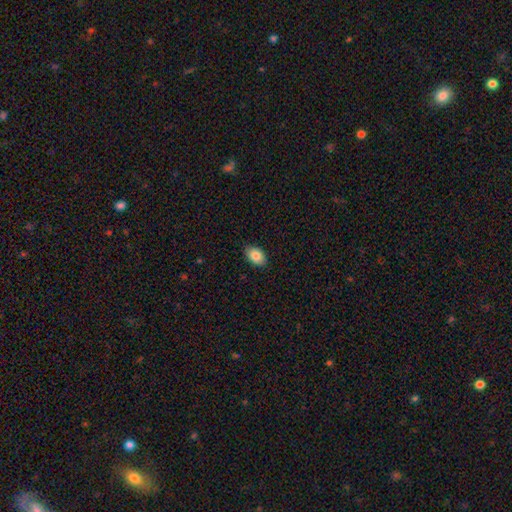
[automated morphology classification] Q: Smooth or featured?
A: smooth (85%); runner-up: featured or disk (8%)
Q: How rounded?
A: in between (88%); runner-up: round (11%)
Q: Merging?
A: none (86%); runner-up: minor disturbance (11%)